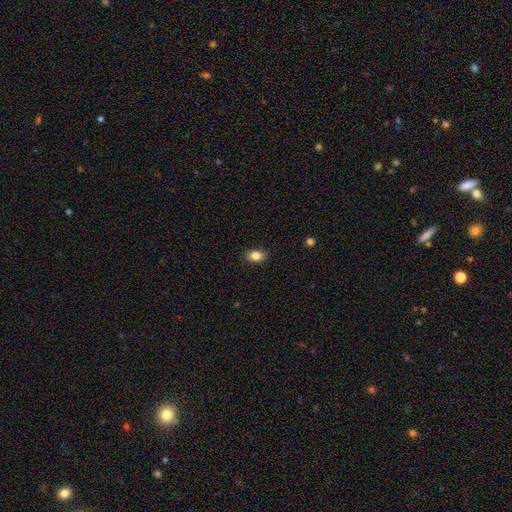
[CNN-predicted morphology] A smooth galaxy with no disk features (84%) that is in between round and cigar-shaped (85%).

Vote fractions:
- Smooth or featured? smooth: 84% / star or artifact: 9% / featured or disk: 7%
- How rounded? in between: 85% / round: 14% / cigar-shaped: 2%
- Merging? none: 89% / minor disturbance: 8% / major disturbance: 2% / merger: 1%